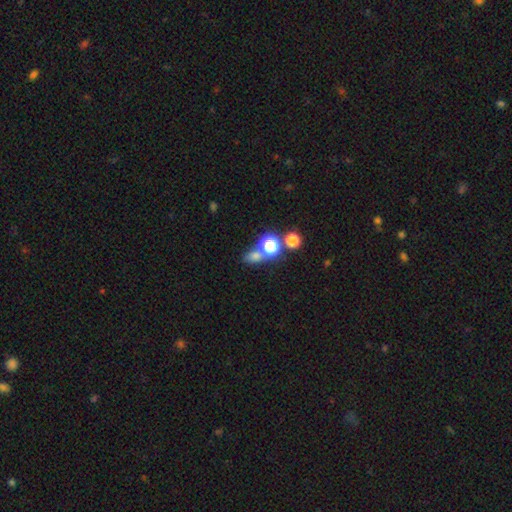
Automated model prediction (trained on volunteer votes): A smooth galaxy with no disk features (65%) that is round (51%). Merging: none (54%).